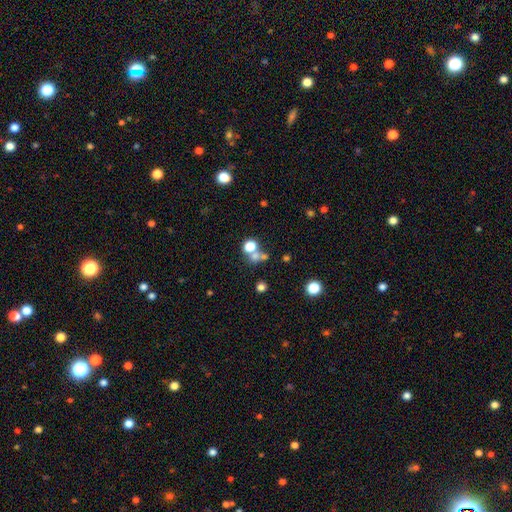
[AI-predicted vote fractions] Overall: smooth (64%). How rounded: round (81%). Merging: none (46%; merger 41%).